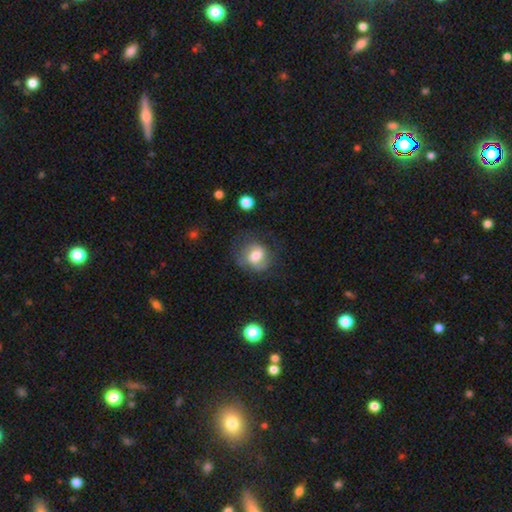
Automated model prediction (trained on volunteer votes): A smooth galaxy with no disk features (65%) that is round (60%). Merging: none (56%).